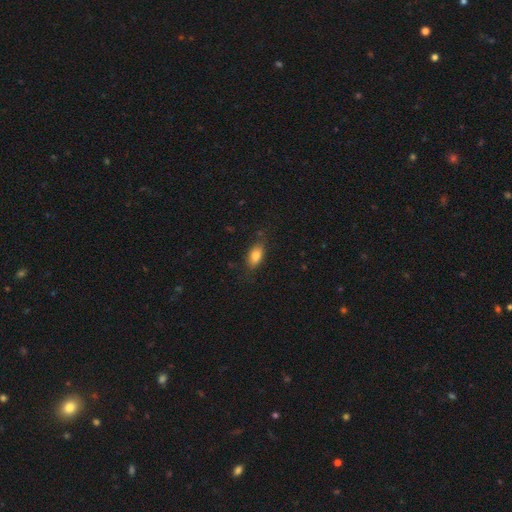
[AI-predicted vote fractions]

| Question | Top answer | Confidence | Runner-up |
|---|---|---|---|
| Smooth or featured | smooth | 80% | featured or disk (12%) |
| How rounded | in between | 87% | cigar-shaped (8%) |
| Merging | none | 77% | minor disturbance (17%) |